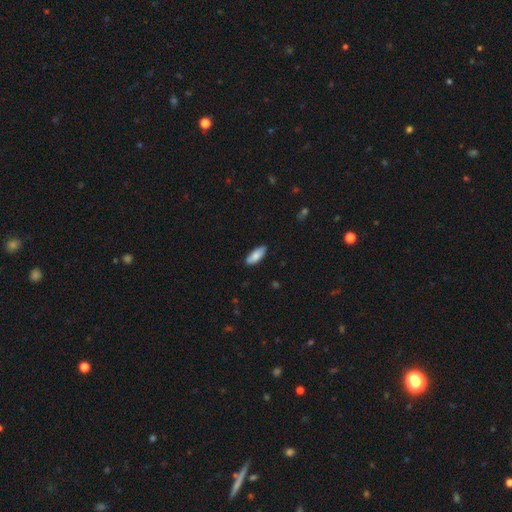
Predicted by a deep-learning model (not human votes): Smooth or featured? smooth (82%)
How rounded? in between (82%)
Merging? none (83%)